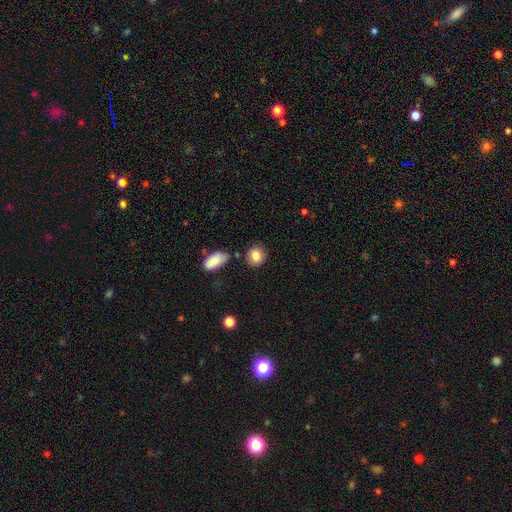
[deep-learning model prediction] Smooth or featured?
  - smooth: 85% *
  - star or artifact: 8%
  - featured or disk: 7%
How rounded?
  - round: 70% *
  - in between: 29%
  - cigar-shaped: 1%
Merging?
  - none: 80% *
  - minor disturbance: 12%
  - merger: 5%
  - major disturbance: 3%